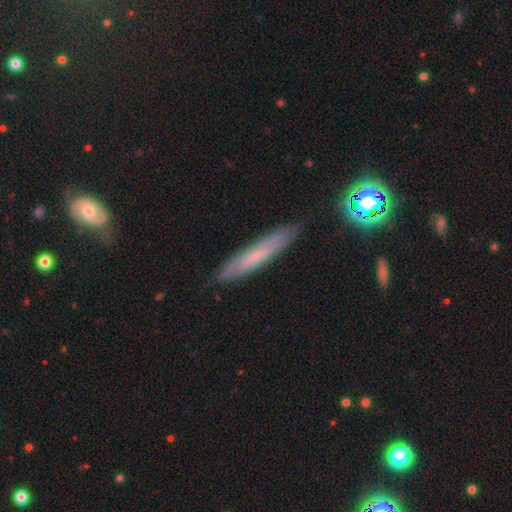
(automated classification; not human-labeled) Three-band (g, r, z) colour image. It shows a smooth galaxy with no disk features (49%). Merging: none (85%).